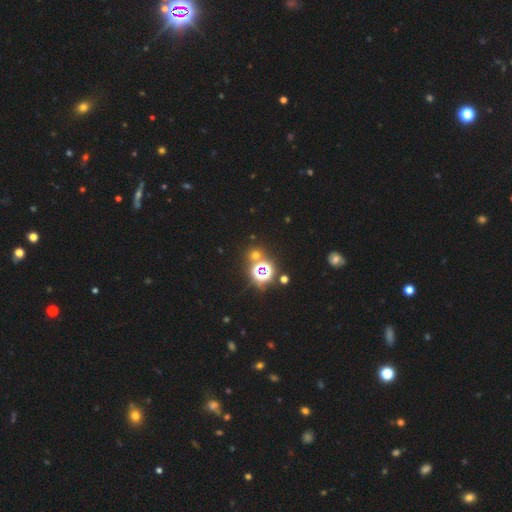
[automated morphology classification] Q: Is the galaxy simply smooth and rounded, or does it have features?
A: star or artifact — 54%.